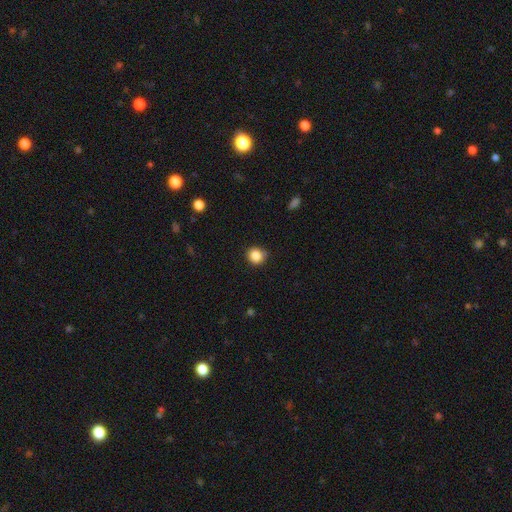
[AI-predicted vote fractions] This appears to be a smooth galaxy with no disk features (85%) that is round (90%). Merging: none (86%).